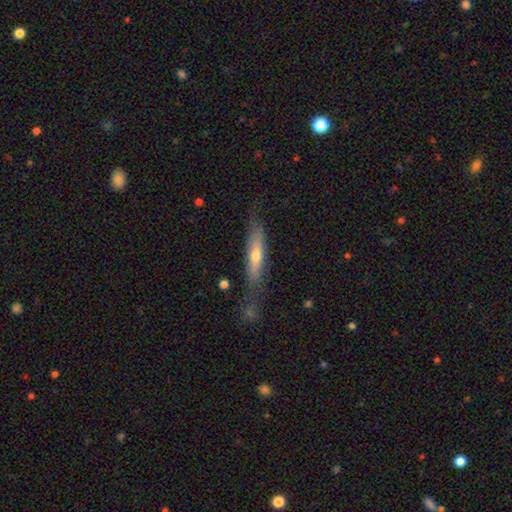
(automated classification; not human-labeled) Smooth or featured?
  - featured or disk: 52% *
  - smooth: 42%
  - star or artifact: 6%
Edge-on disk?
  - yes: 80% *
  - no: 20%
Merging?
  - none: 70% *
  - minor disturbance: 20%
  - major disturbance: 7%
  - merger: 3%